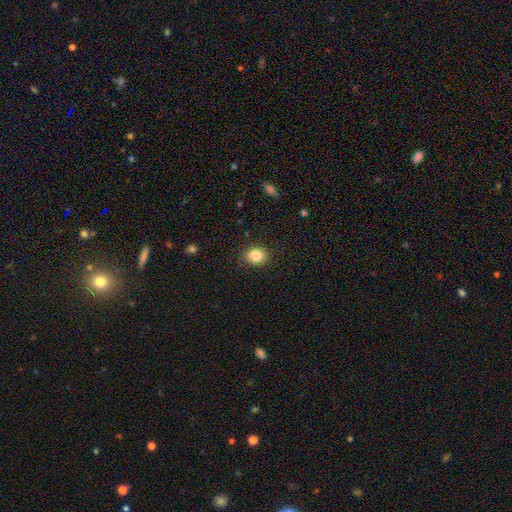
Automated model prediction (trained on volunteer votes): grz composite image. It shows a smooth galaxy with no disk features (84%) that is round (72%). Merging: none (88%).